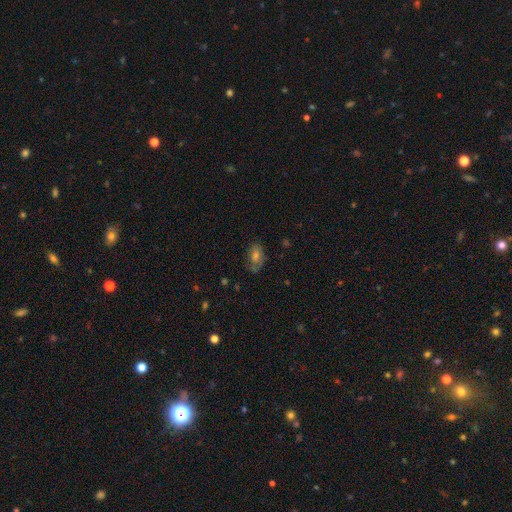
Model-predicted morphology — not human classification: Overall: smooth (52%; featured or disk 30%). How rounded: in between (83%). Merging: none (67%).